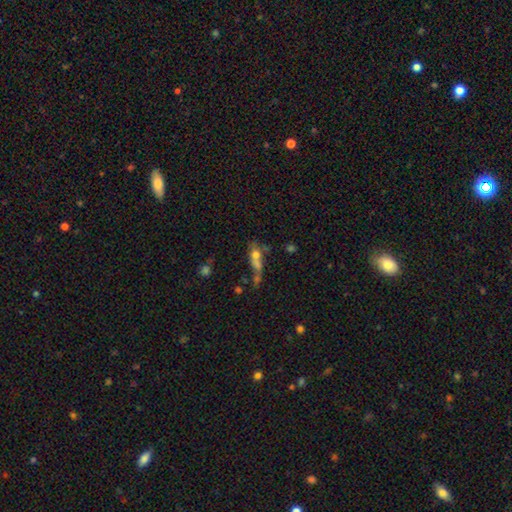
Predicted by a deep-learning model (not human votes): Morphology: type=smooth (52%); roundness=in between (52%); merging=merger (50%).